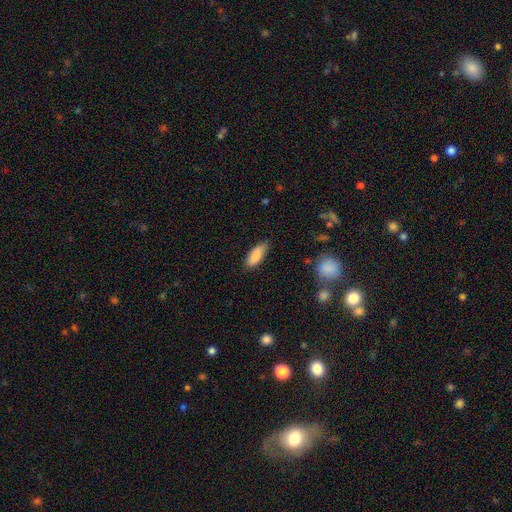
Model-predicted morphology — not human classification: A smooth galaxy with no disk features (86%) that is in between round and cigar-shaped (75%). Merging: none (79%).